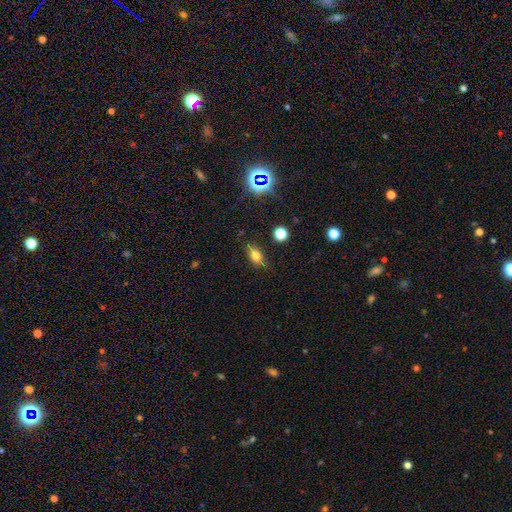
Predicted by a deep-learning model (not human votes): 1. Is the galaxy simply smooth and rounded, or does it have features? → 65% smooth, 19% featured or disk, 16% star or artifact.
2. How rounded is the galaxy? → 74% in between, 13% round, 12% cigar-shaped.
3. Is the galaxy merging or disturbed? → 75% none, 18% minor disturbance, 5% major disturbance, 2% merger.